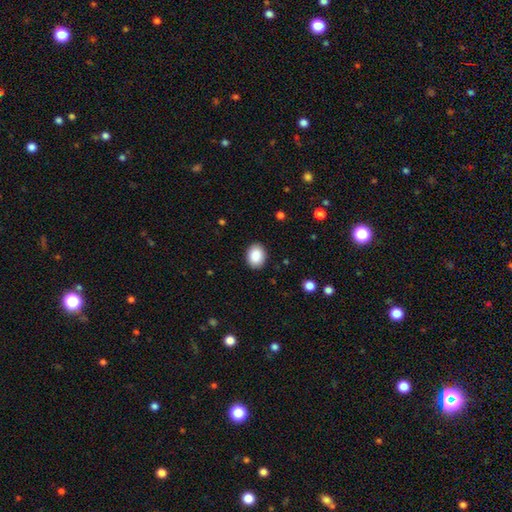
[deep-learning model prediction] This is clearly a smooth galaxy (89%). How rounded: likely in between (66%). Merging: clearly none (89%).